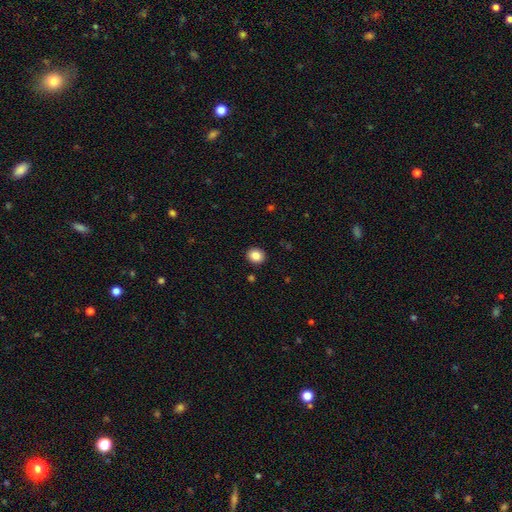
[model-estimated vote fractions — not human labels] smooth 85%, star or artifact 10%, featured or disk 5%. Down the decision tree: how rounded — round (70%); merging — none (91%).